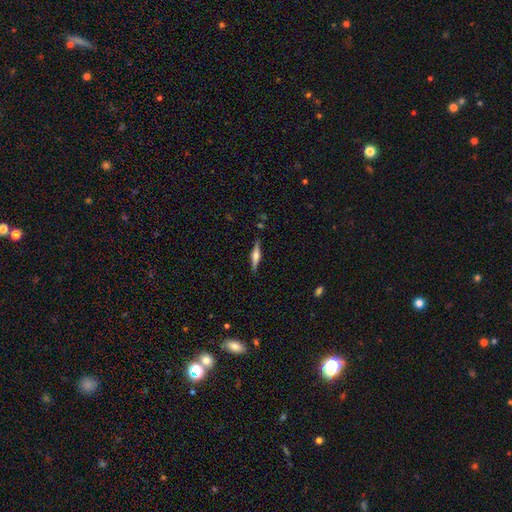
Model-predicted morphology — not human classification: A featured or disk galaxy (66%) viewed edge-on (97%) with a rounded central bulge (87%). Merging: none (89%).